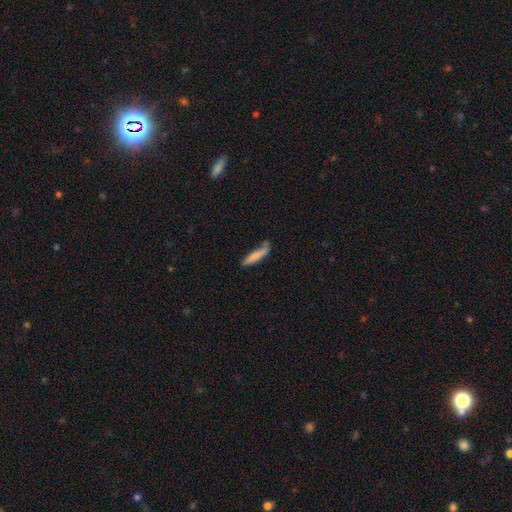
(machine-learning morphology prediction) The model was most divided on "merging": none: 62%, minor disturbance: 24%, merger: 7%, major disturbance: 7%. More confident: how rounded — cigar-shaped (87%); smooth or featured — smooth (75%).